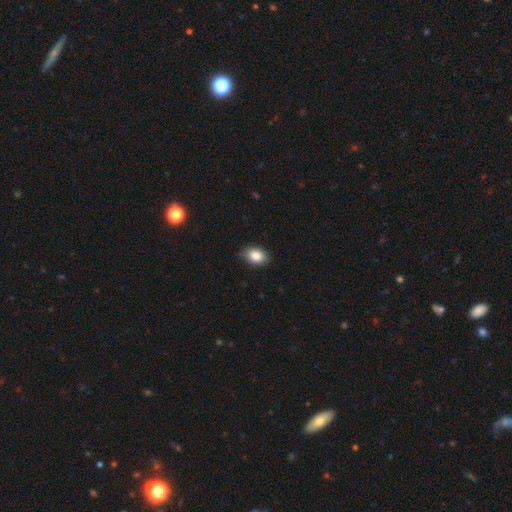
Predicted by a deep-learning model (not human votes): Overall: smooth (87%). How rounded: in between (81%). Merging: none (80%).